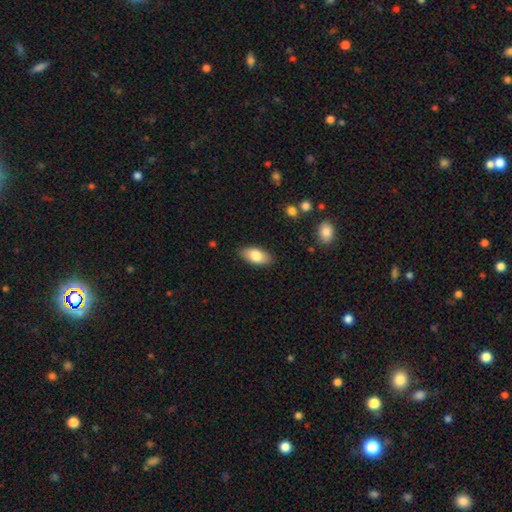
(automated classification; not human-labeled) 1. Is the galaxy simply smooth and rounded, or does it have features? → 81% smooth, 12% featured or disk, 7% star or artifact.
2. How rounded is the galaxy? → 91% in between, 6% cigar-shaped, 3% round.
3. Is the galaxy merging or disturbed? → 86% none, 10% minor disturbance, 2% major disturbance, 1% merger.